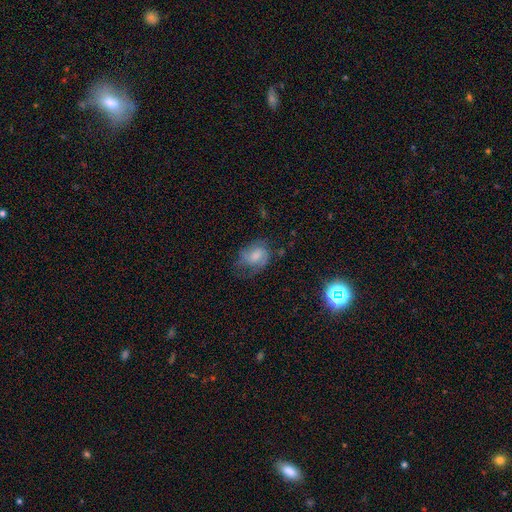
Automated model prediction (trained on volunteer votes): A smooth galaxy with no disk features (51%) that is in between round and cigar-shaped (68%).

Vote fractions:
- Smooth or featured? smooth: 51% / featured or disk: 39% / star or artifact: 9%
- How rounded? in between: 68% / round: 31% / cigar-shaped: 1%
- Merging? none: 45% / minor disturbance: 30% / major disturbance: 22% / merger: 2%